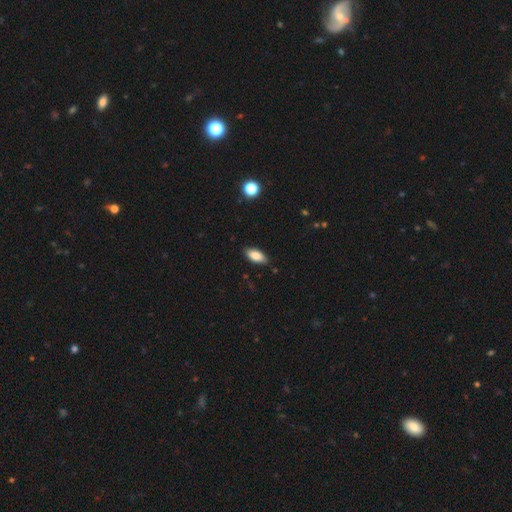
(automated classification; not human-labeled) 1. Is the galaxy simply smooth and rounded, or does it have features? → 85% smooth, 8% featured or disk, 7% star or artifact.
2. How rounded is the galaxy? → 89% in between, 9% cigar-shaped, 2% round.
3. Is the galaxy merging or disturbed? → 84% none, 12% minor disturbance, 2% major disturbance, 1% merger.